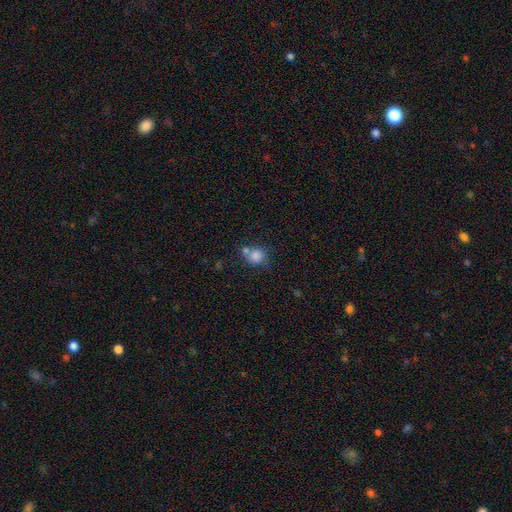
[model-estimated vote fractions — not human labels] Smooth or featured? Predicted: smooth (p=0.82). How rounded? Predicted: round (p=0.78). Merging? Predicted: none (p=0.52).